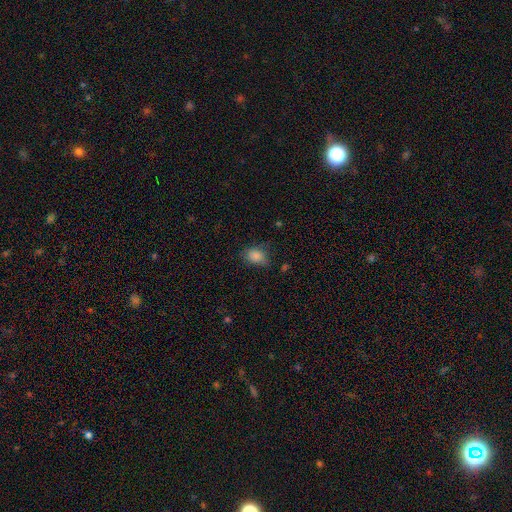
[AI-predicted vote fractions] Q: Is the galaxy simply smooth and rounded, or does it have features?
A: smooth — 84%.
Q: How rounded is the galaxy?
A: in between — 71%.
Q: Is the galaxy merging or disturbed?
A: none — 63%.